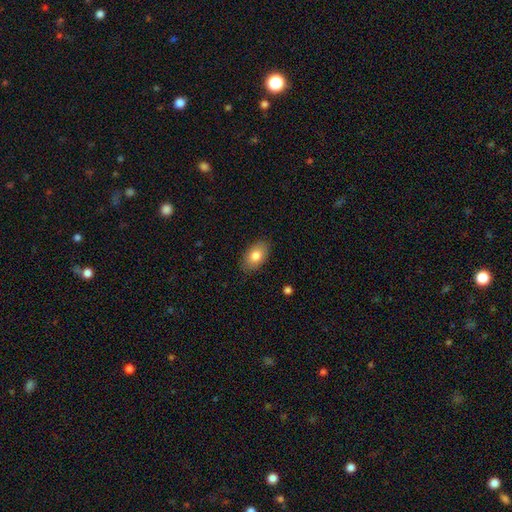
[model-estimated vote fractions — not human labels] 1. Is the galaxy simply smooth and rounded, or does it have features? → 81% smooth, 12% featured or disk, 7% star or artifact.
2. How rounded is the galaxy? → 91% in between, 7% round, 2% cigar-shaped.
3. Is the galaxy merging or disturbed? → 86% none, 11% minor disturbance, 2% major disturbance, 1% merger.